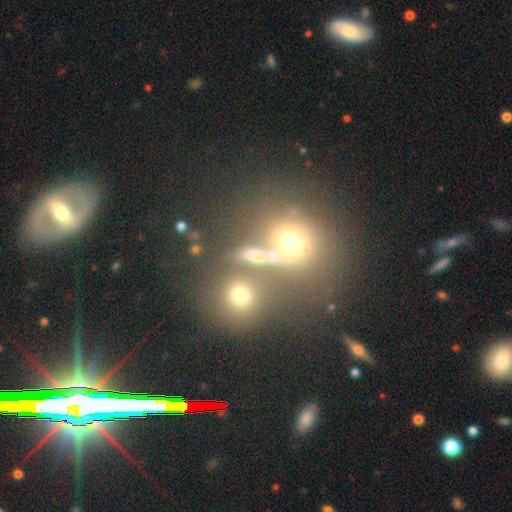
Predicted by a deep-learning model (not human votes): smooth 62%, star or artifact 20%, featured or disk 19%. Down the decision tree: how rounded — round (59%); merging — none (48%).